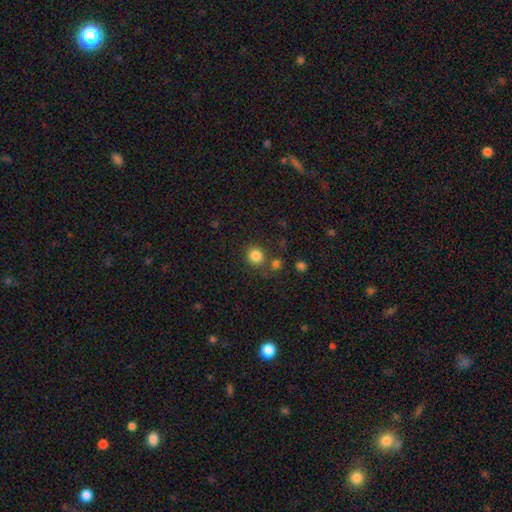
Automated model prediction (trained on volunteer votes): Smooth or featured? Predicted: smooth (p=0.84). How rounded? Predicted: round (p=0.87). Merging? Predicted: none (p=0.77).